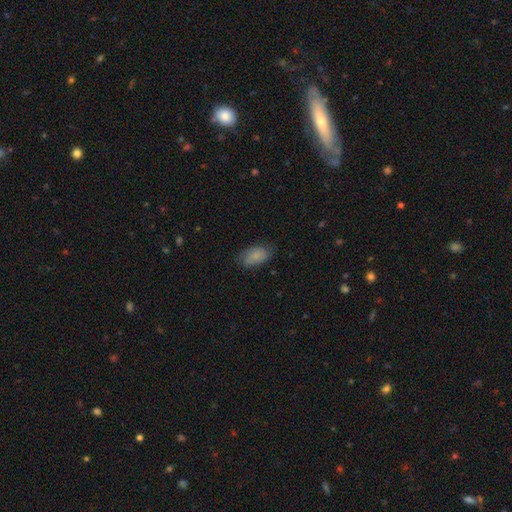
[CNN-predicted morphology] Smooth or featured: smooth — 82% (featured or disk — 11%)
How rounded: in between — 91% (round — 7%)
Merging: none — 73% (minor disturbance — 20%)